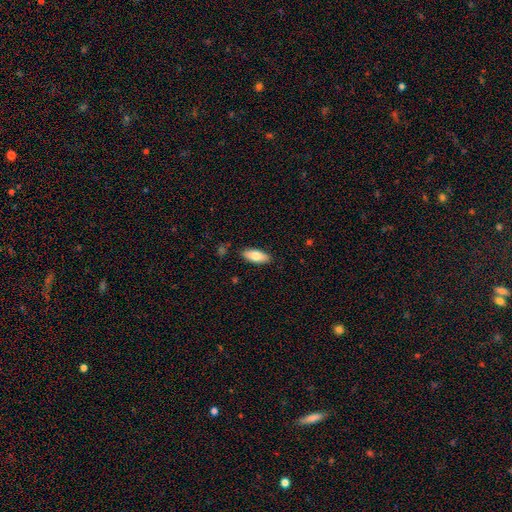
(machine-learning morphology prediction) smooth-or-featured: smooth: 77% | featured or disk: 17% | star or artifact: 6%
  how-rounded: in between: 80% | cigar-shaped: 17% | round: 2%
  merging: none: 87% | minor disturbance: 10% | major disturbance: 2% | merger: 1%